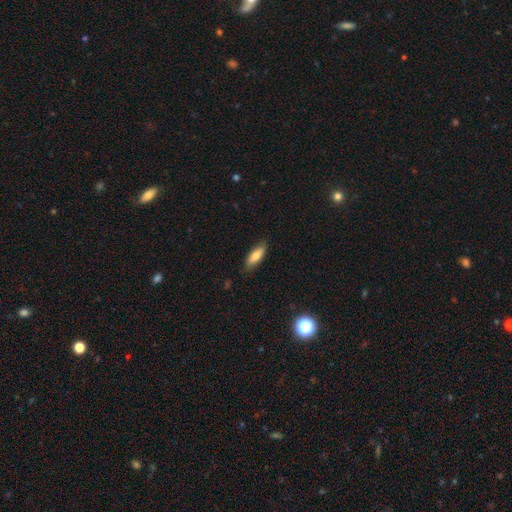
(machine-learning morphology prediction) type=smooth (76%); roundness=in between (65%); merging=none (80%).